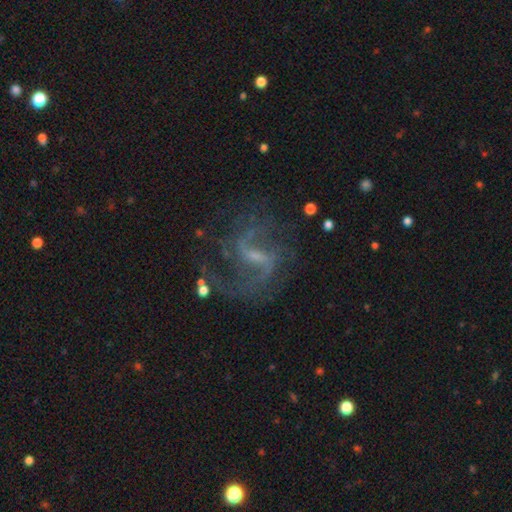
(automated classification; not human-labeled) Smooth or featured? Predicted: featured or disk (p=0.86). Edge-on disk? Predicted: no (p=0.97). Bar? Predicted: weak (p=0.54). Spiral arms? Predicted: yes (p=0.94). Spiral winding? Predicted: loose (p=0.49). Spiral arm count? Predicted: 2 (p=0.78). Bulge size? Predicted: small (p=0.56). Merging? Predicted: none (p=0.64).